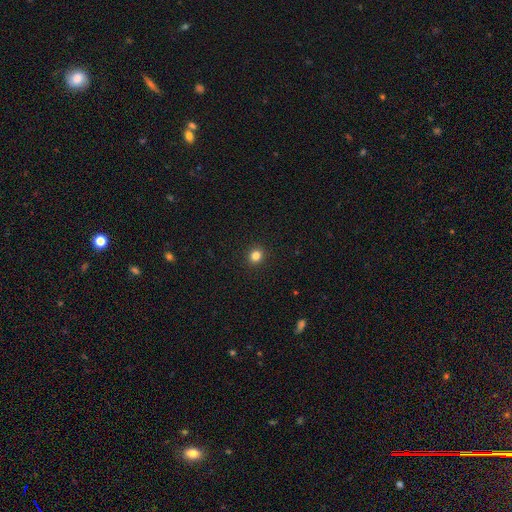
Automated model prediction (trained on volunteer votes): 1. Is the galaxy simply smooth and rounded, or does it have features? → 82% smooth, 13% star or artifact, 5% featured or disk.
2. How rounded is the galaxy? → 87% round, 12% in between, 1% cigar-shaped.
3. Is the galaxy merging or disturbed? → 93% none, 5% minor disturbance, 2% major disturbance, 1% merger.